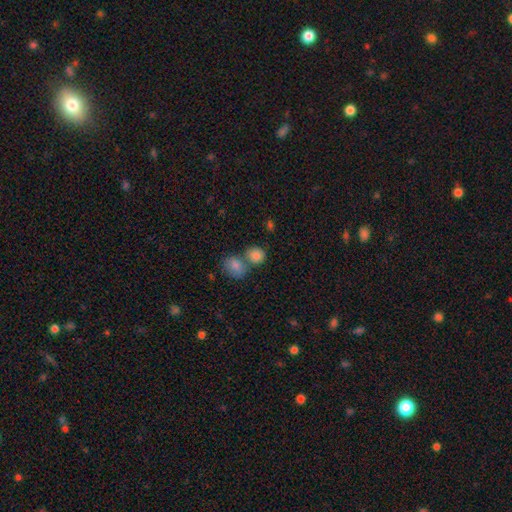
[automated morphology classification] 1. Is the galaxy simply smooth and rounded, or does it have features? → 84% smooth, 9% star or artifact, 7% featured or disk.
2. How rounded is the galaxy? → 75% round, 23% in between, 1% cigar-shaped.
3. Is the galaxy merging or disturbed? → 47% none, 42% merger, 8% minor disturbance, 3% major disturbance.